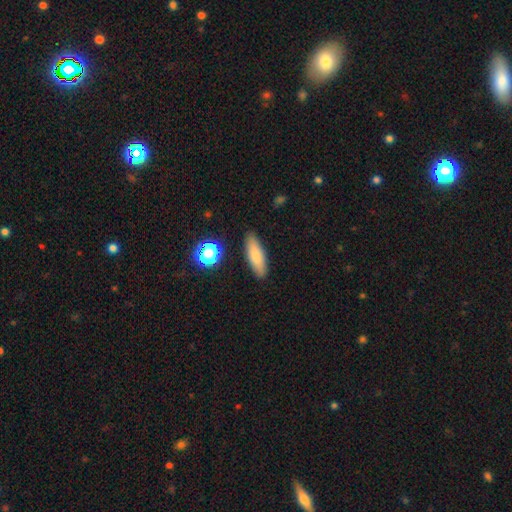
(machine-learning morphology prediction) Overall: smooth (78%). How rounded: in between (52%; cigar-shaped 45%). Merging: none (86%).